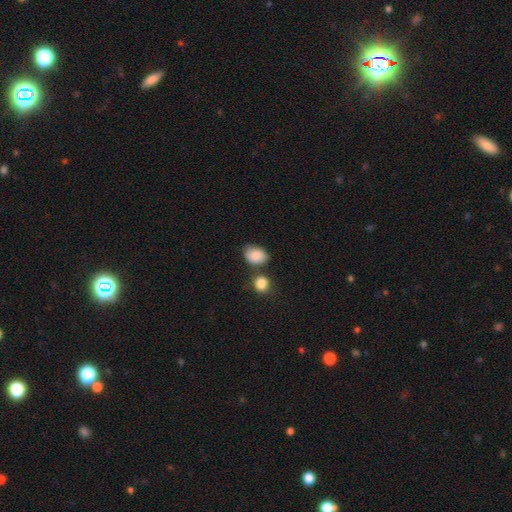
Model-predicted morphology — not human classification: Smooth or featured?
  - smooth: 87% *
  - star or artifact: 8%
  - featured or disk: 5%
How rounded?
  - in between: 72% *
  - round: 26%
  - cigar-shaped: 1%
Merging?
  - none: 60% *
  - minor disturbance: 22%
  - merger: 13%
  - major disturbance: 5%